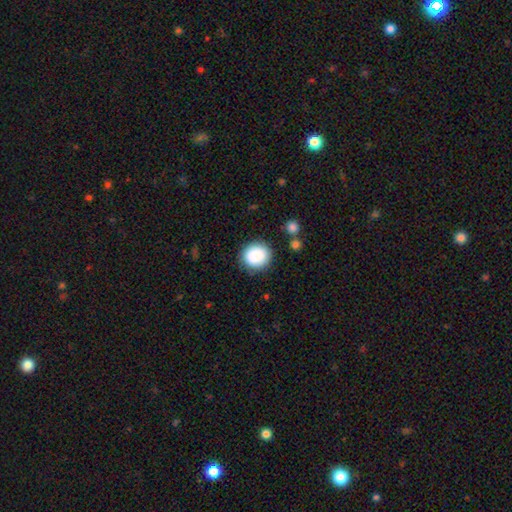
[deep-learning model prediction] A smooth galaxy with no disk features (88%) that is round (89%). Merging: none (86%).